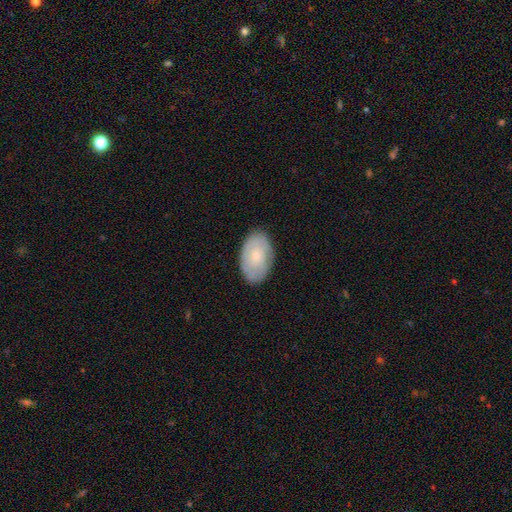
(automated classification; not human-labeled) Smooth or featured? smooth (57%)
How rounded? in between (89%)
Merging? none (82%)